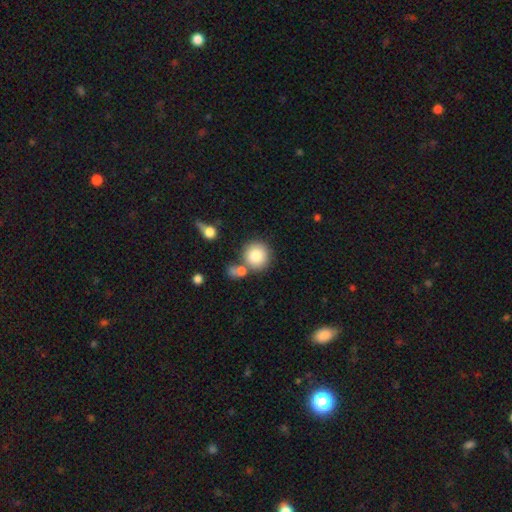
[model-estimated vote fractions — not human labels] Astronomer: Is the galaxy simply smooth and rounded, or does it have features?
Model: smooth — 82%.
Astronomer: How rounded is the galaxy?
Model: round — 91%.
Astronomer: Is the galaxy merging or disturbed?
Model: none — 65%.